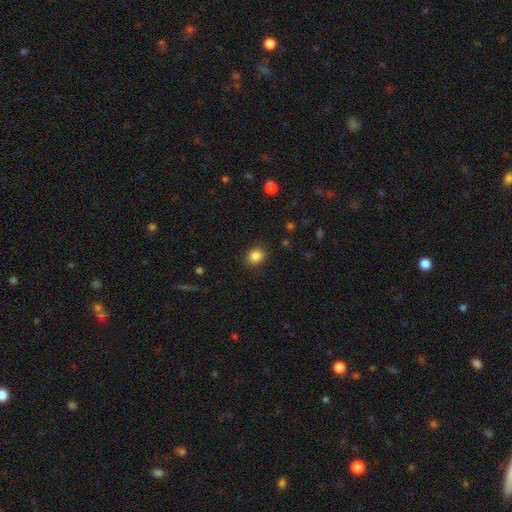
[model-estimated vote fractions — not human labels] Smooth or featured? smooth (86%)
How rounded? round (68%)
Merging? none (87%)